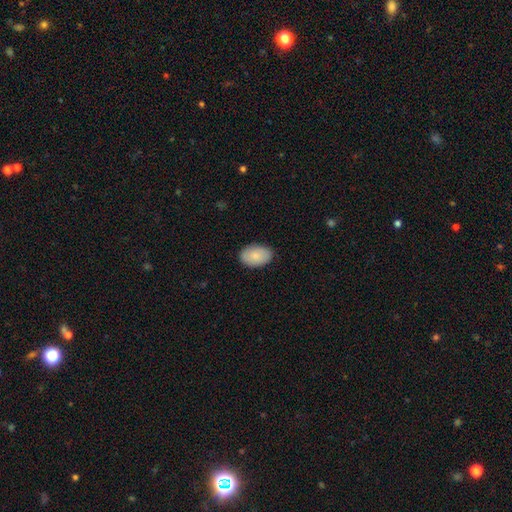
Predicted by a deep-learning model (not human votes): Smooth or featured: smooth — 86% (featured or disk — 8%)
How rounded: in between — 90% (round — 9%)
Merging: none — 87% (minor disturbance — 10%)